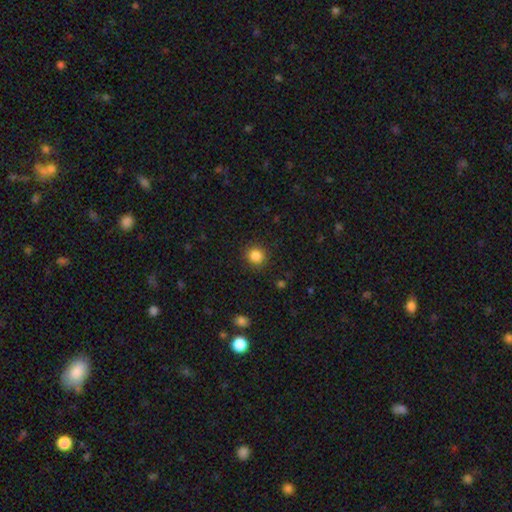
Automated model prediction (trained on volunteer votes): This is clearly a smooth galaxy (85%). How rounded: clearly round (87%). Merging: clearly none (89%).